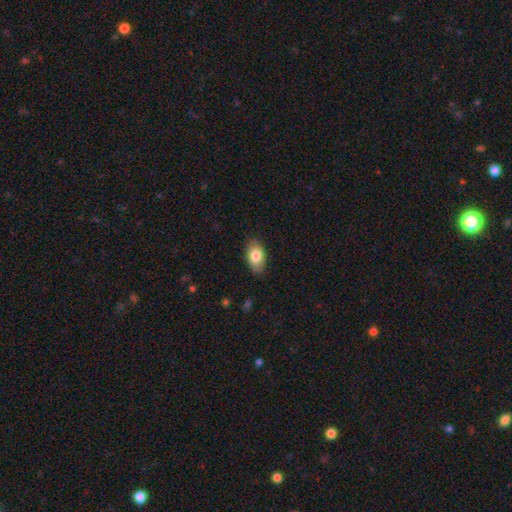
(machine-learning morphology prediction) A smooth galaxy with no disk features (82%) that is in between round and cigar-shaped (91%). Merging: none (84%).